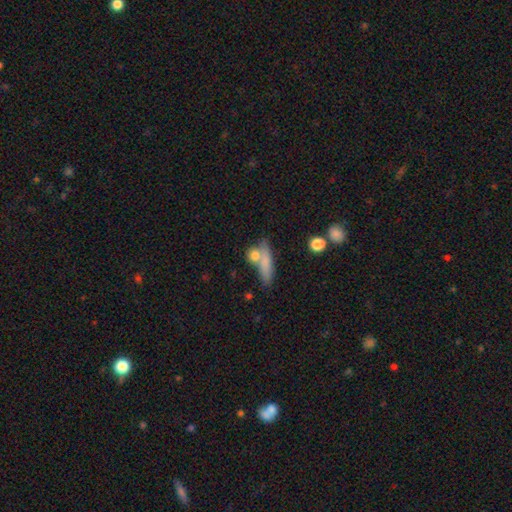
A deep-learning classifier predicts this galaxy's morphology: The model was most divided on "how rounded": cigar-shaped: 37%, round: 32%, in between: 31%. More confident: smooth or featured — smooth (74%); merging — none (51%).